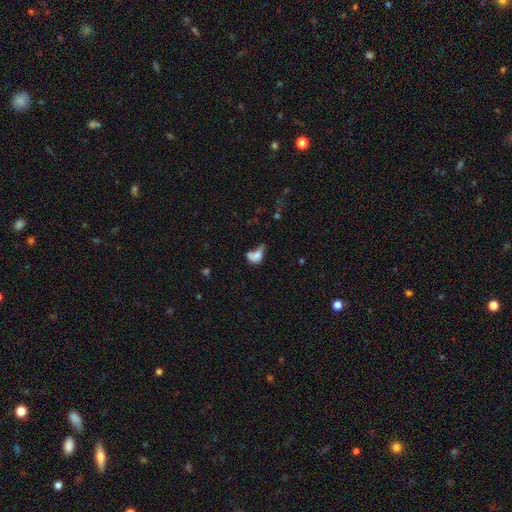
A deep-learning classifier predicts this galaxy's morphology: Q: Smooth or featured?
A: smooth (63%); runner-up: featured or disk (25%)
Q: How rounded?
A: in between (75%); runner-up: round (21%)
Q: Merging?
A: merger (33%); runner-up: major disturbance (32%)